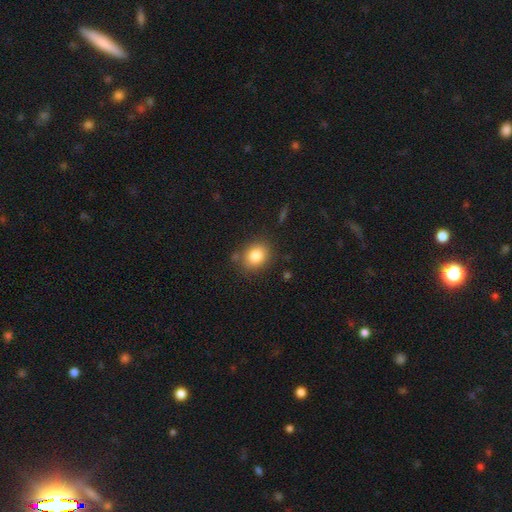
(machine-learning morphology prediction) Overall: smooth (82%). How rounded: round (55%; in between 44%). Merging: none (81%).